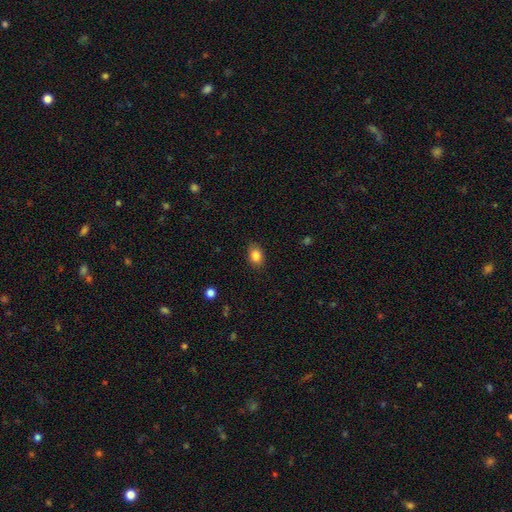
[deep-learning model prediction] smooth 86%, star or artifact 9%, featured or disk 6%. Down the decision tree: how rounded — in between (72%); merging — none (84%).